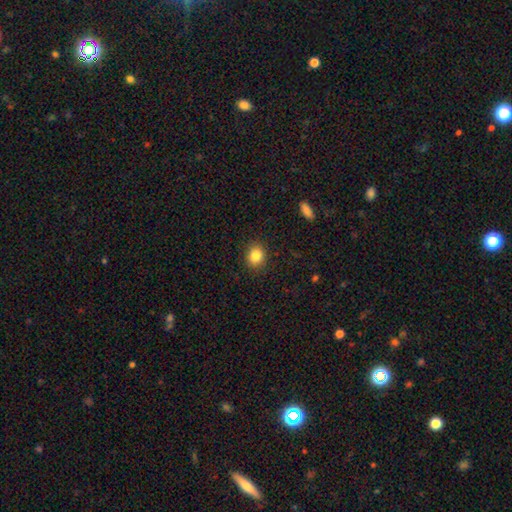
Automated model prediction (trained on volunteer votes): Smooth or featured? Predicted: smooth (p=0.85). How rounded? Predicted: round (p=0.66). Merging? Predicted: none (p=0.89).